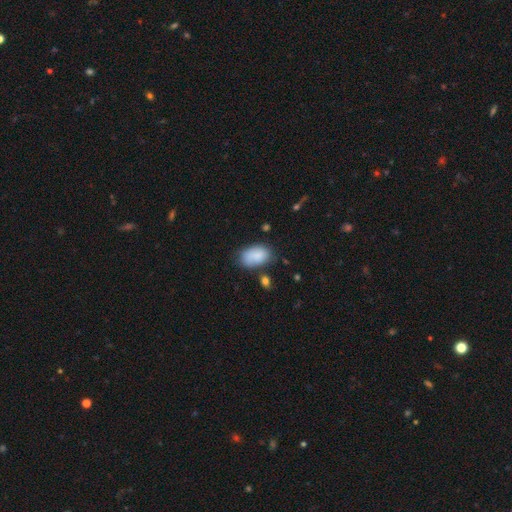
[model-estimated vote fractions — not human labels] smooth-or-featured: smooth: 87% | star or artifact: 7% | featured or disk: 7%
  how-rounded: in between: 92% | round: 7% | cigar-shaped: 1%
  merging: none: 64% | minor disturbance: 24% | major disturbance: 6% | merger: 6%